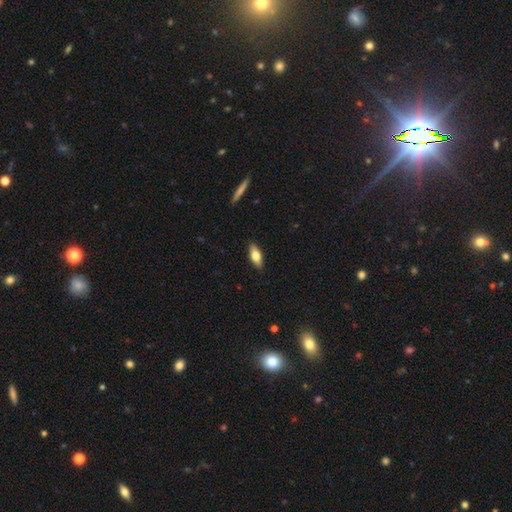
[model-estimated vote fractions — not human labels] A smooth galaxy with no disk features (71%) that is in between round and cigar-shaped (72%). Merging: none (89%).